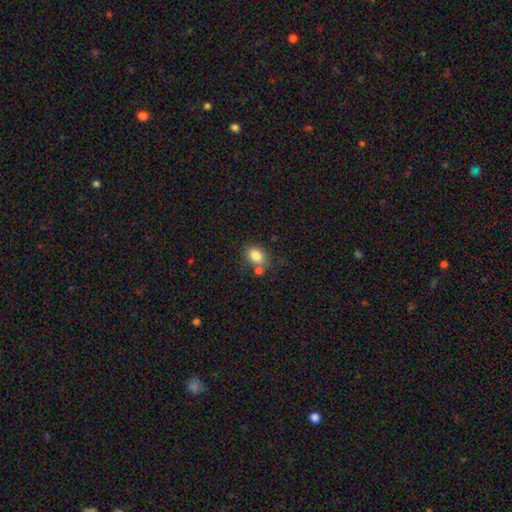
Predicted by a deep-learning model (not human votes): This is clearly a smooth galaxy (83%). How rounded: likely in between (65%). Merging: likely none (63%).